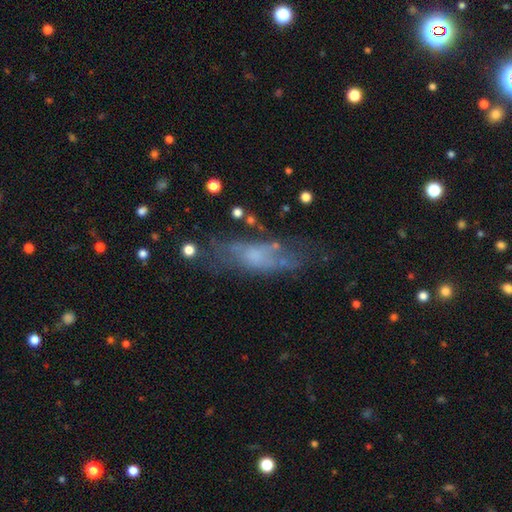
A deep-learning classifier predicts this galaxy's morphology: A featured or disk galaxy (45%).

Vote fractions:
- Smooth or featured? featured or disk: 45% / smooth: 44% / star or artifact: 11%
- Merging? none: 50% / minor disturbance: 25% / major disturbance: 20% / merger: 5%